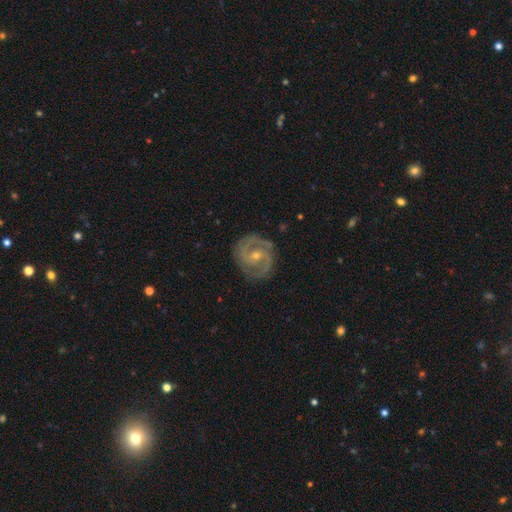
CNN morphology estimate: A featured or disk galaxy (91%) with no bar (43%), 2 (90%) tight (51%) spiral arms (98%) and a small central bulge (53%). Merging: none (84%).